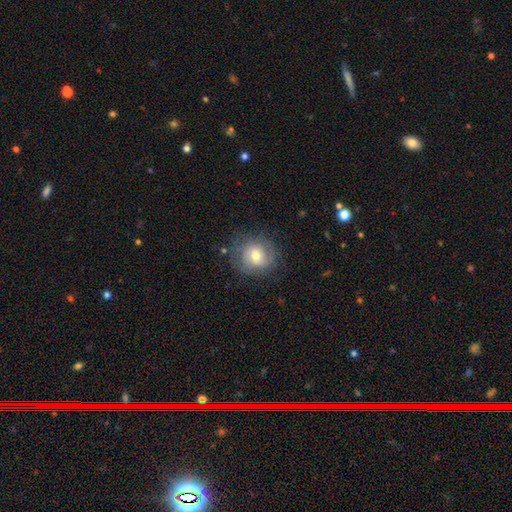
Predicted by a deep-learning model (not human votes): Smooth or featured? Predicted: smooth (p=0.55). How rounded? Predicted: round (p=0.81). Merging? Predicted: none (p=0.73).